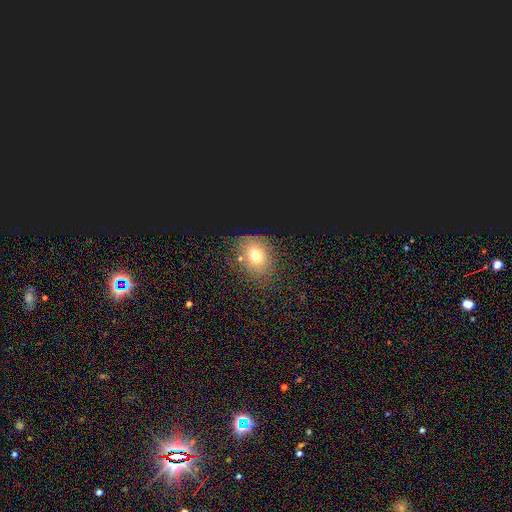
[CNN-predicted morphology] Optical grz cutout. It shows a smooth galaxy with no disk features (68%) that is round (57%). Merging: none (77%).